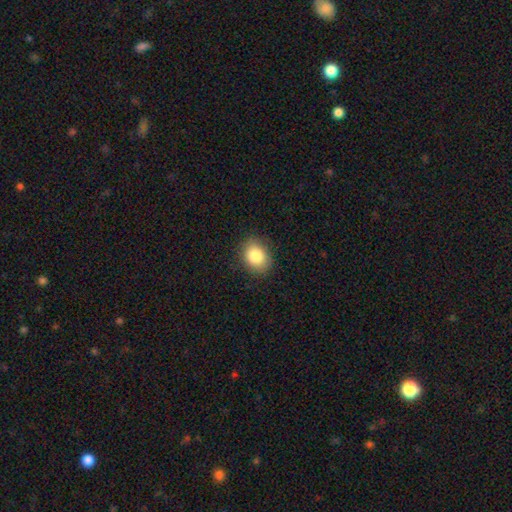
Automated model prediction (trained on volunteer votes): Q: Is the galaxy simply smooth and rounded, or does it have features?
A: smooth — 84%.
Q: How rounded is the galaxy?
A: in between — 54%.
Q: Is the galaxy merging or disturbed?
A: none — 86%.